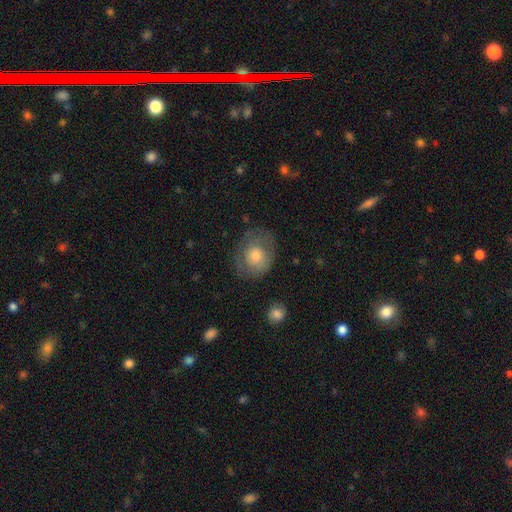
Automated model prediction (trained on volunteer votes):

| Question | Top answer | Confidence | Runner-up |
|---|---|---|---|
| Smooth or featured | smooth | 59% | featured or disk (33%) |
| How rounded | round | 67% | in between (32%) |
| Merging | none | 72% | minor disturbance (18%) |